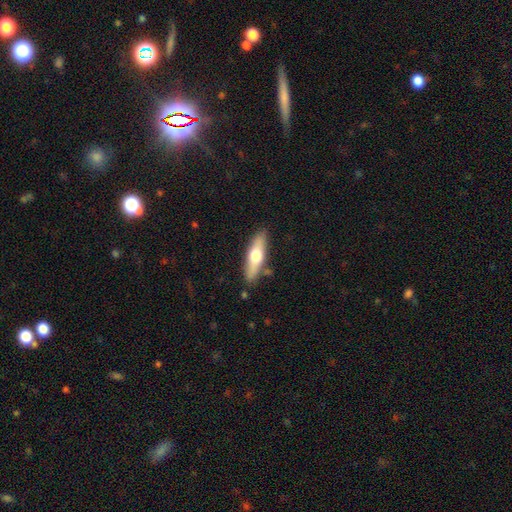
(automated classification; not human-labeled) A smooth galaxy with no disk features (52%) that is cigar-shaped (61%).

Vote fractions:
- Smooth or featured? smooth: 52% / featured or disk: 42% / star or artifact: 5%
- How rounded? cigar-shaped: 61% / in between: 36% / round: 2%
- Merging? none: 84% / minor disturbance: 11% / merger: 3% / major disturbance: 2%